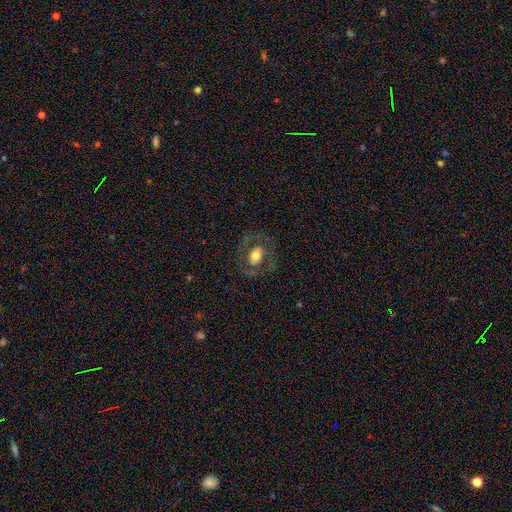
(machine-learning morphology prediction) This is possibly a featured or disk galaxy (46%, tied with smooth). Merging: likely none (74%).